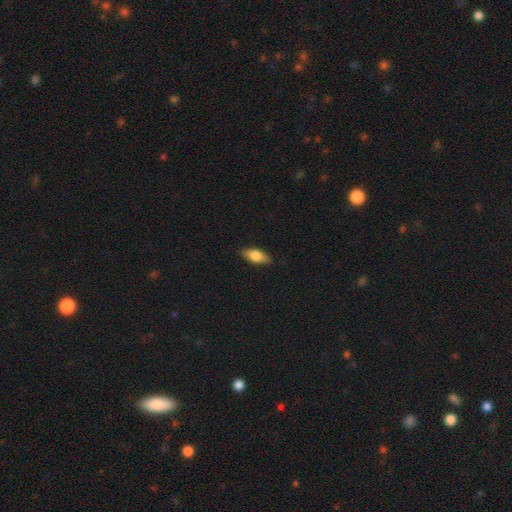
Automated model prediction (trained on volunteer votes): smooth 73%, featured or disk 21%, star or artifact 7%. Down the decision tree: how rounded — in between (81%); merging — none (85%).